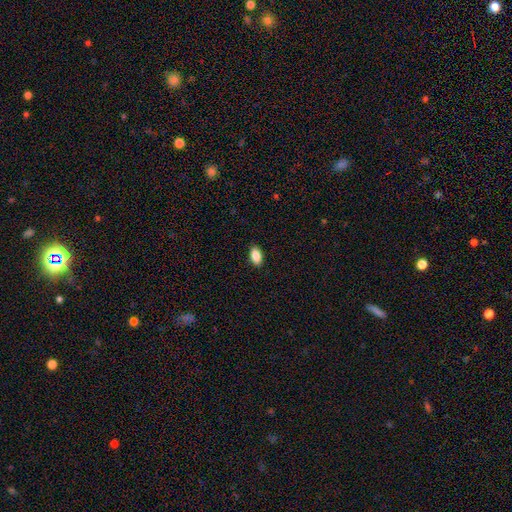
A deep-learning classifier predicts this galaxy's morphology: smooth_or_featured: smooth (p=0.87) [alt: star or artifact p=0.07]
how_rounded: in between (p=0.91) [alt: round p=0.05]
merging: none (p=0.89) [alt: minor disturbance p=0.08]